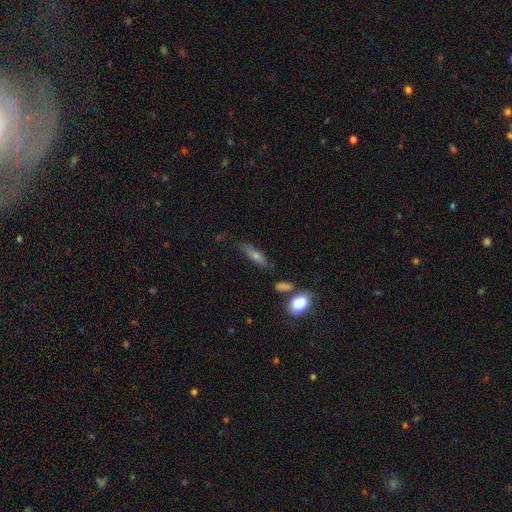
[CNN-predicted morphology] smooth_or_featured: smooth (p=0.53) [alt: featured or disk p=0.36]
how_rounded: cigar-shaped (p=0.62) [alt: in between p=0.33]
merging: none (p=0.73) [alt: minor disturbance p=0.17]